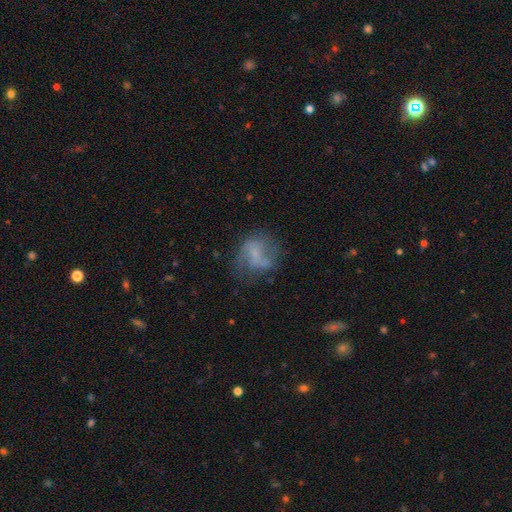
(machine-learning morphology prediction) smooth-or-featured: featured or disk: 56% | smooth: 34% | star or artifact: 11%
  disk-edge-on: no: 97% | yes: 3%
    bar: no: 52% | weak: 37% | strong: 11%
    has-spiral-arms: yes: 67% | no: 33%
    bulge-size: none: 45% | small: 39% | moderate: 13% | large: 2% | dominant: 1%
  merging: none: 51% | minor disturbance: 24% | major disturbance: 22% | merger: 4%